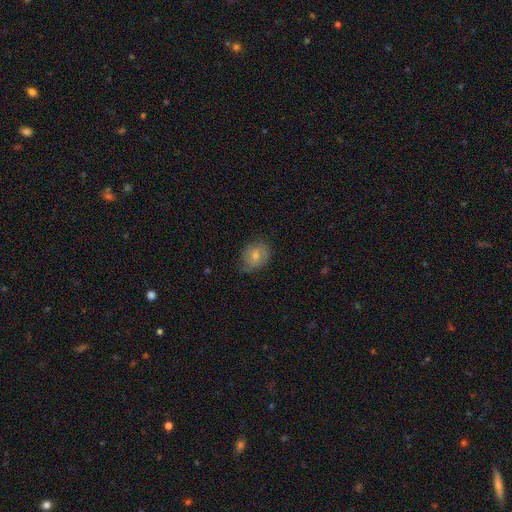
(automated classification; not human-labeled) Smooth or featured? smooth (69%)
How rounded? round (59%)
Merging? none (63%)